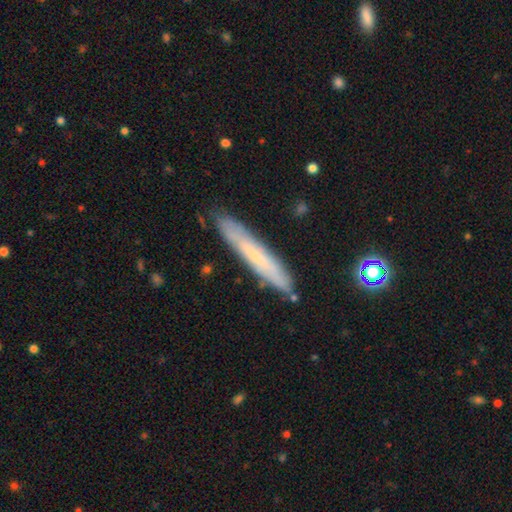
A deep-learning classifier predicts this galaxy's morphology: A smooth galaxy with no disk features (53%) that is cigar-shaped (93%).

Vote fractions:
- Smooth or featured? smooth: 53% / featured or disk: 39% / star or artifact: 8%
- How rounded? cigar-shaped: 93% / in between: 5% / round: 1%
- Merging? none: 85% / minor disturbance: 11% / major disturbance: 2% / merger: 2%